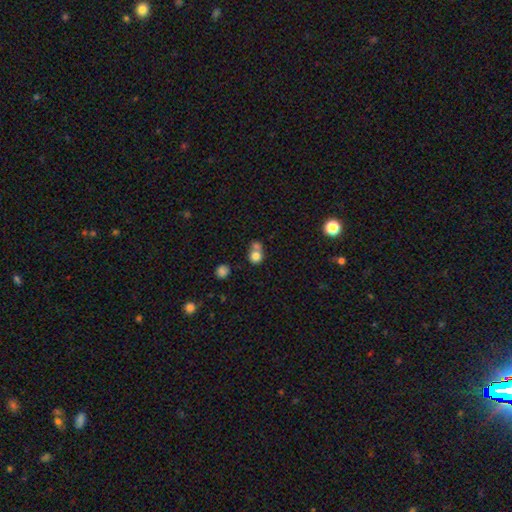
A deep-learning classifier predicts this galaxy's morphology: Smooth or featured: smooth — 78% (star or artifact — 11%)
How rounded: round — 79% (in between — 20%)
Merging: merger — 47% (none — 40%)